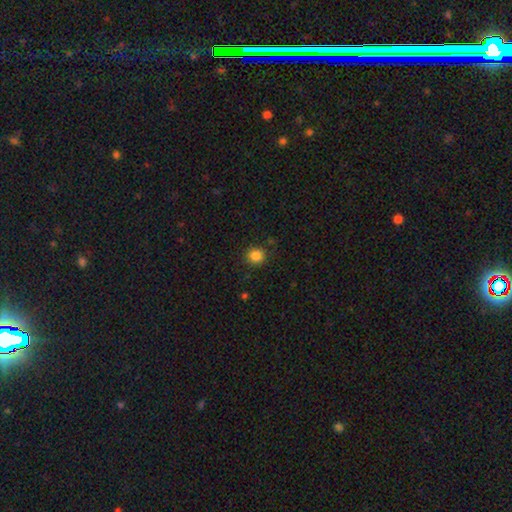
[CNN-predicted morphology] type=smooth (85%); roundness=round (91%); merging=none (89%).